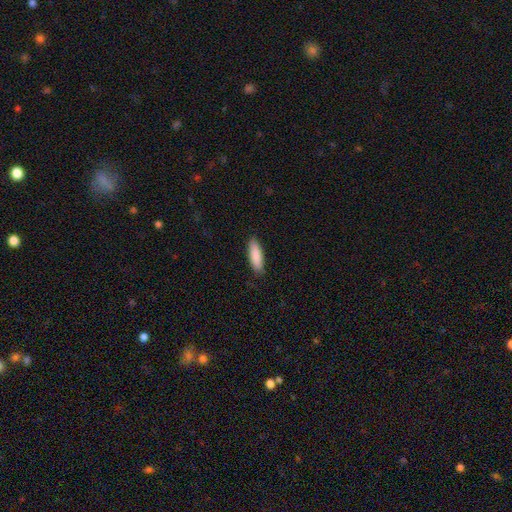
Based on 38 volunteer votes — Smooth or featured? smooth (87%)
How rounded? in between (58%)
Merging? none (75%)